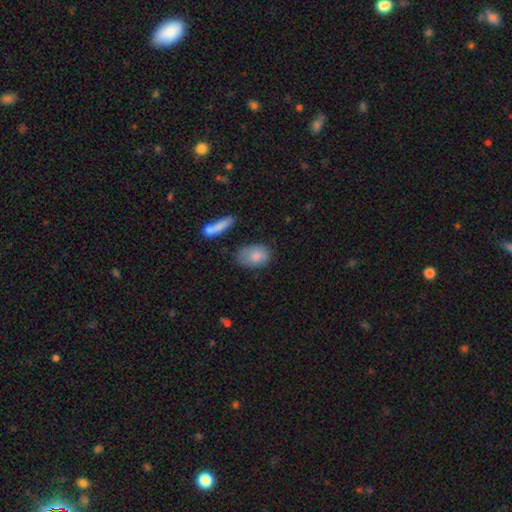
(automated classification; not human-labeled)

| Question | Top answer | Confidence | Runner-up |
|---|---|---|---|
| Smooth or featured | smooth | 81% | featured or disk (12%) |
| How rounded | in between | 84% | round (14%) |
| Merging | none | 67% | minor disturbance (23%) |